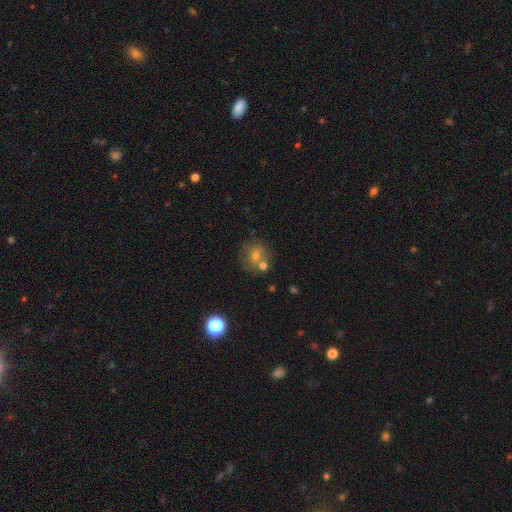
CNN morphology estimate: Smooth or featured?
  - smooth: 59% *
  - featured or disk: 26%
  - star or artifact: 15%
How rounded?
  - round: 72% *
  - in between: 26%
  - cigar-shaped: 2%
Merging?
  - none: 57% *
  - merger: 23%
  - minor disturbance: 14%
  - major disturbance: 6%